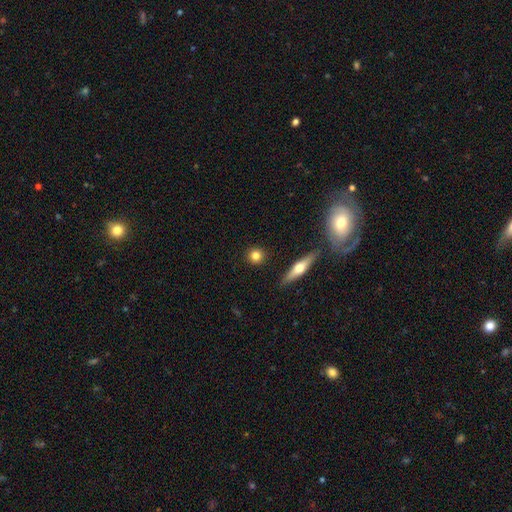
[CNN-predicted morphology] This appears to be a smooth galaxy with no disk features (79%) that is round (90%). Merging: none (90%).